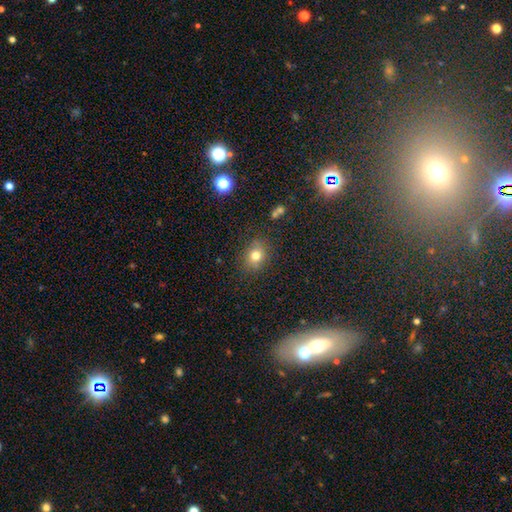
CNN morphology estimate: Smooth or featured? smooth (77%)
How rounded? round (57%)
Merging? none (84%)